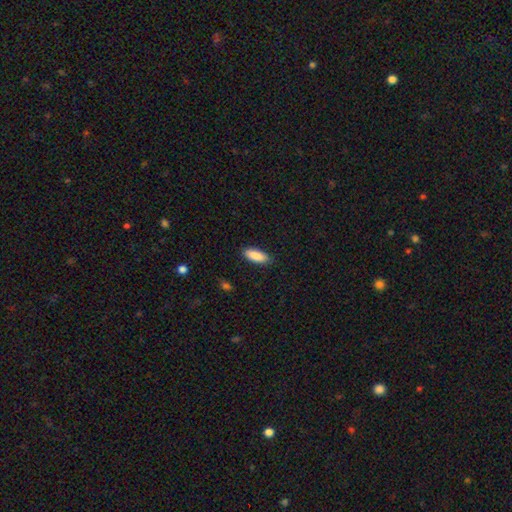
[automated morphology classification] Smooth or featured?
  - smooth: 88% *
  - featured or disk: 6%
  - star or artifact: 6%
How rounded?
  - in between: 77% *
  - cigar-shaped: 21%
  - round: 2%
Merging?
  - none: 87% *
  - minor disturbance: 10%
  - major disturbance: 2%
  - merger: 1%